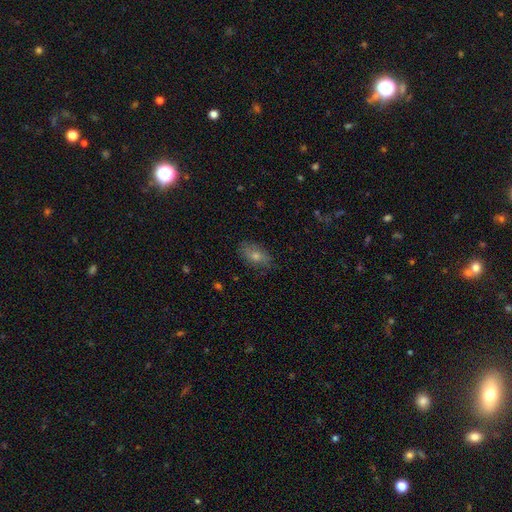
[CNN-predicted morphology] A smooth galaxy with no disk features (51%) that is in between round and cigar-shaped (83%). Merging: none (79%).